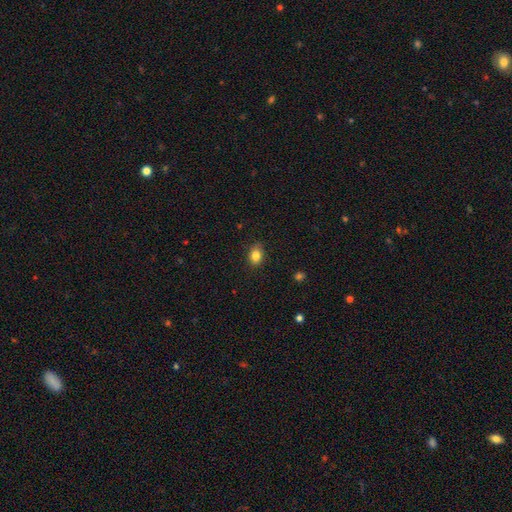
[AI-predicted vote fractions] Smooth or featured? Predicted: smooth (p=0.84). How rounded? Predicted: in between (p=0.71). Merging? Predicted: none (p=0.84).